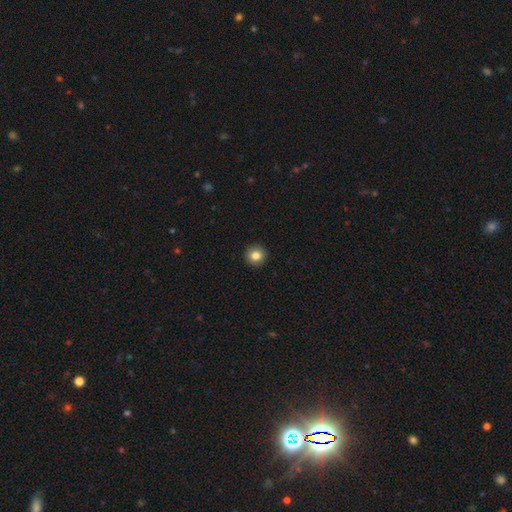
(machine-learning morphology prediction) Smooth or featured: smooth — 83% (star or artifact — 10%)
How rounded: round — 92% (in between — 7%)
Merging: none — 93% (minor disturbance — 5%)